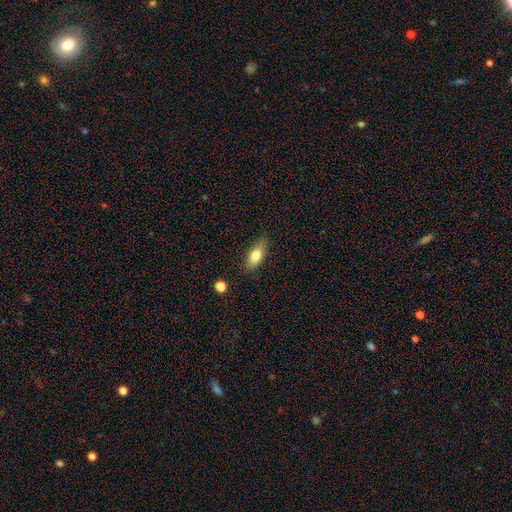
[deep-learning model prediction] The model was most divided on "smooth or featured": smooth: 74%, featured or disk: 18%, star or artifact: 8%. More confident: merging — none (79%); how rounded — in between (77%).